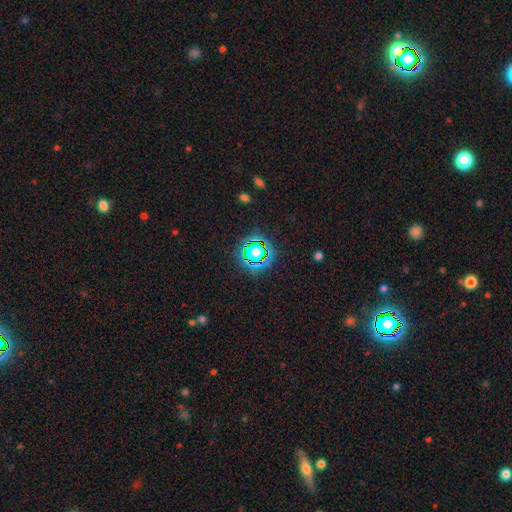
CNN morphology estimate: type=star or artifact (78%).